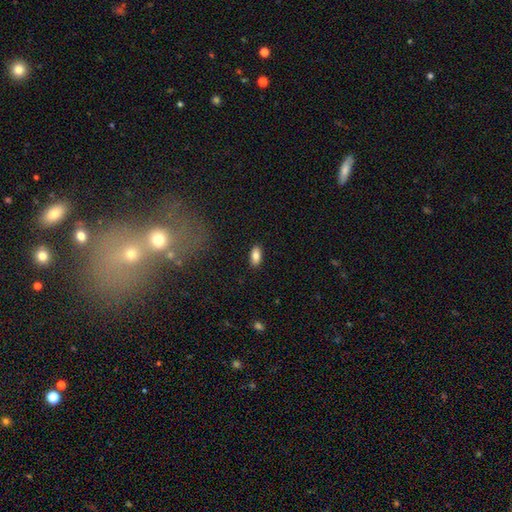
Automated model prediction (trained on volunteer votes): A smooth galaxy with no disk features (83%) that is in between round and cigar-shaped (91%).

Vote fractions:
- Smooth or featured? smooth: 83% / featured or disk: 9% / star or artifact: 7%
- How rounded? in between: 91% / cigar-shaped: 6% / round: 3%
- Merging? none: 88% / minor disturbance: 8% / major disturbance: 2% / merger: 1%